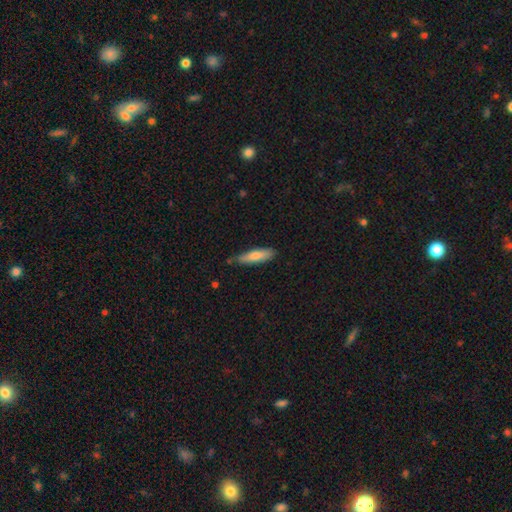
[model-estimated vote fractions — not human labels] A smooth galaxy with no disk features (78%) that is cigar-shaped (71%). Merging: none (71%).